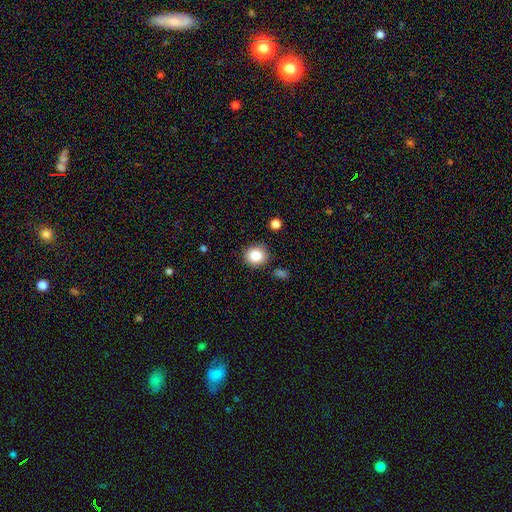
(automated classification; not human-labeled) smooth-or-featured: smooth: 85% | star or artifact: 10% | featured or disk: 5%
  how-rounded: round: 86% | in between: 13% | cigar-shaped: 1%
  merging: none: 84% | minor disturbance: 10% | merger: 3% | major disturbance: 3%